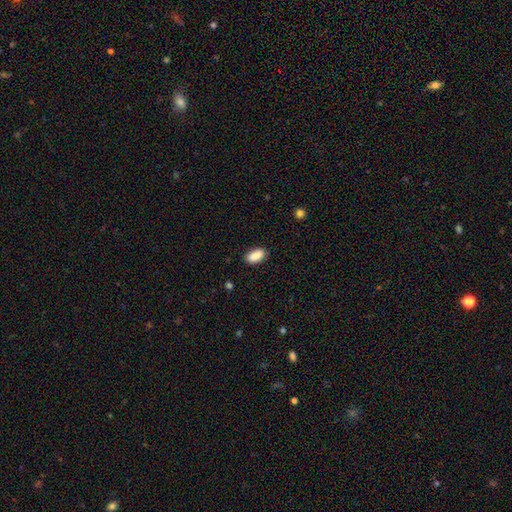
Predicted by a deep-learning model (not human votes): This appears to be a smooth galaxy with no disk features (90%) that is in between round and cigar-shaped (93%). Merging: none (88%).